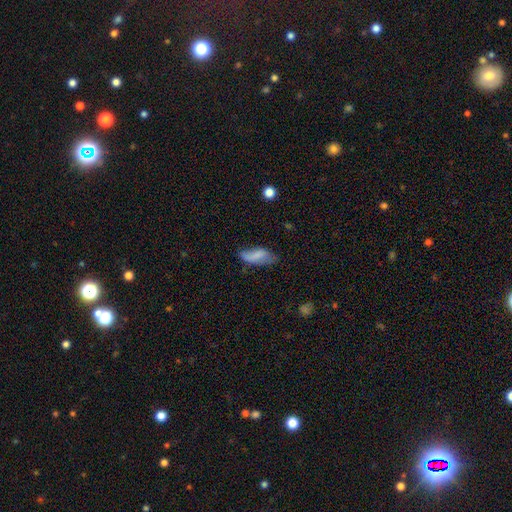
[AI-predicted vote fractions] smooth 72%, featured or disk 20%, star or artifact 8%. Down the decision tree: how rounded — in between (82%); merging — none (47%).